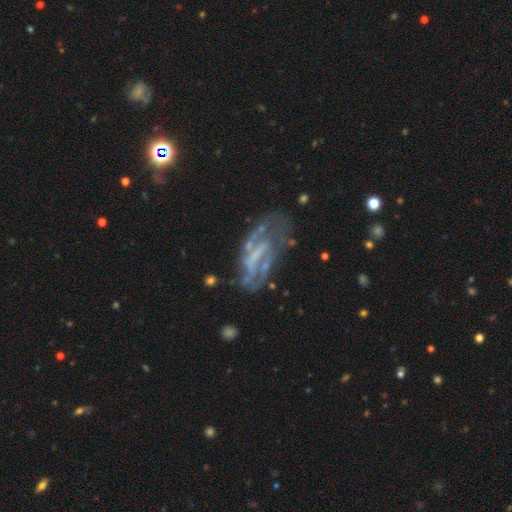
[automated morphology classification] A featured or disk galaxy (75%) with a strong bar (35%), spiral arms (66%) and no central bulge (59%). Merging: none (46%).